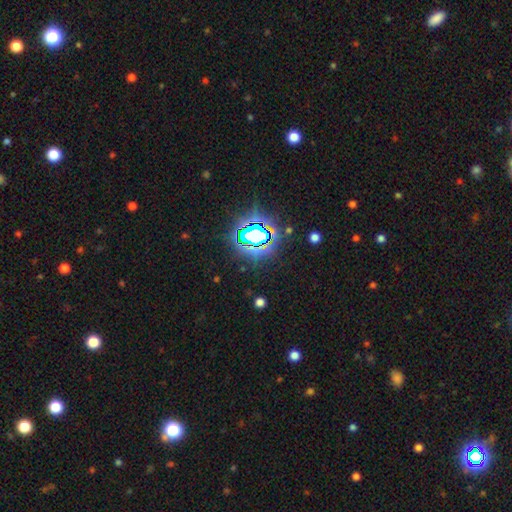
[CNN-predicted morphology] This is clearly a star or artifact rather than a galaxy (84%).